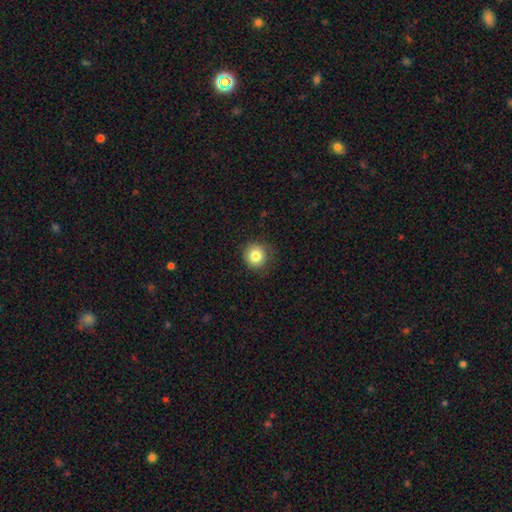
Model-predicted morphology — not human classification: Overall: smooth (83%). How rounded: round (93%). Merging: none (84%).